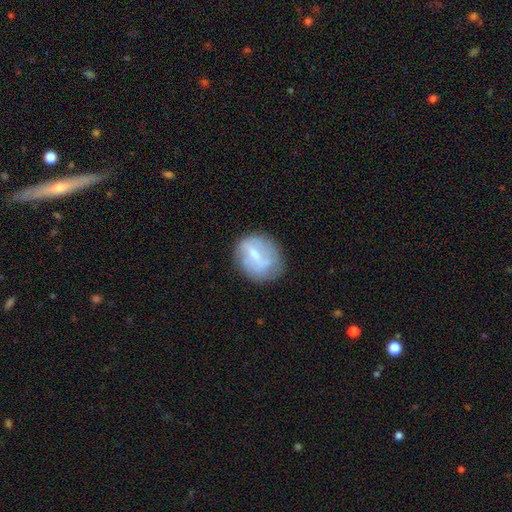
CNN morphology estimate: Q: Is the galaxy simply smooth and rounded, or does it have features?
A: featured or disk — 53%.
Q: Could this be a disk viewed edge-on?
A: no — 96%.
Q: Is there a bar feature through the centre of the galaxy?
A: weak — 53%.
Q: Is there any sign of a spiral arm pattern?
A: yes — 59%.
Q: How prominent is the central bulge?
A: small — 46%.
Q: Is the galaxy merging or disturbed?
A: none — 68%.